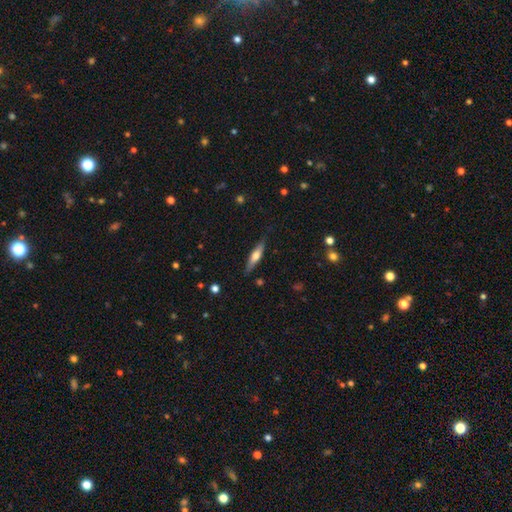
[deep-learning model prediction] This appears to be a smooth galaxy with no disk features (50%) that is cigar-shaped (76%). Merging: none (84%).